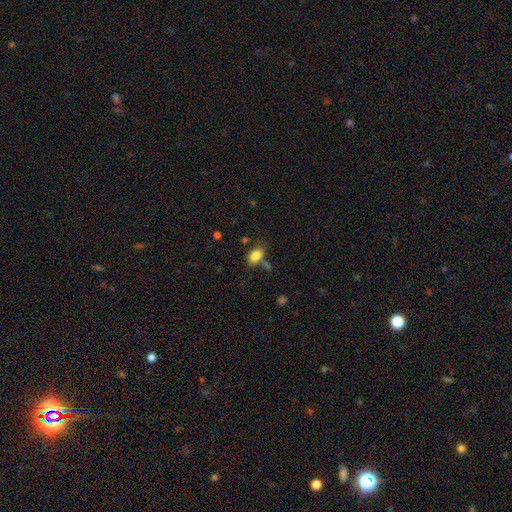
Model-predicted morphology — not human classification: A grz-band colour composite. It shows a smooth galaxy with no disk features (83%) that is in between round and cigar-shaped (86%). Merging: none (62%).